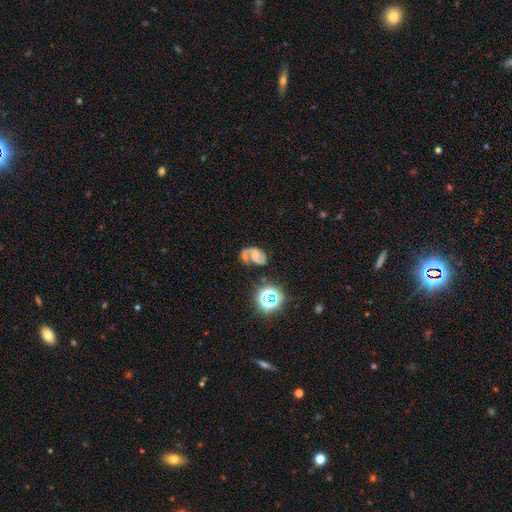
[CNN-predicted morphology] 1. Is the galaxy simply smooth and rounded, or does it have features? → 73% featured or disk, 15% smooth, 12% star or artifact.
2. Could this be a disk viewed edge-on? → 98% no, 2% yes.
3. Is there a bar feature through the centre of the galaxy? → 57% no, 34% weak, 10% strong.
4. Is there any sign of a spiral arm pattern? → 92% yes, 8% no.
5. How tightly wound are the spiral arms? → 49% medium, 28% loose, 23% tight.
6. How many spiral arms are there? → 70% 2, 22% 1, 5% can't tell, 1% 3, 1% 4, 1% more than 4.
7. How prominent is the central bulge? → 41% small, 33% moderate, 20% none, 5% large, 2% dominant.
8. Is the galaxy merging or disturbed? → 44% none, 20% minor disturbance, 18% merger, 18% major disturbance.